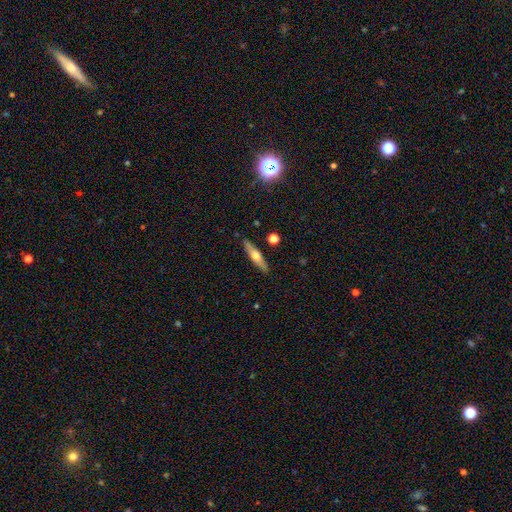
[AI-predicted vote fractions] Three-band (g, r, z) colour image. It shows a featured or disk galaxy (49%). Merging: none (87%).